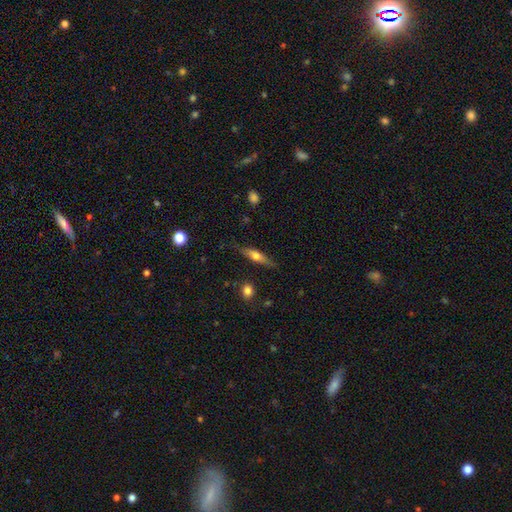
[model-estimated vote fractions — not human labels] smooth 47% (tied), featured or disk 47% (tied), star or artifact 7%. Down the decision tree: merging — none (78%).